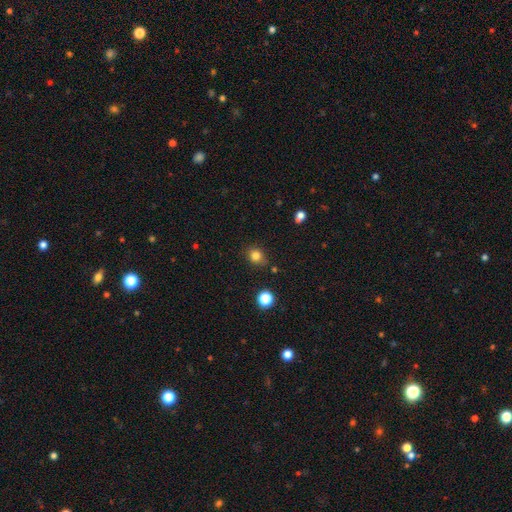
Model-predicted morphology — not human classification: Smooth or featured? Predicted: smooth (p=0.82). How rounded? Predicted: round (p=0.73). Merging? Predicted: none (p=0.76).